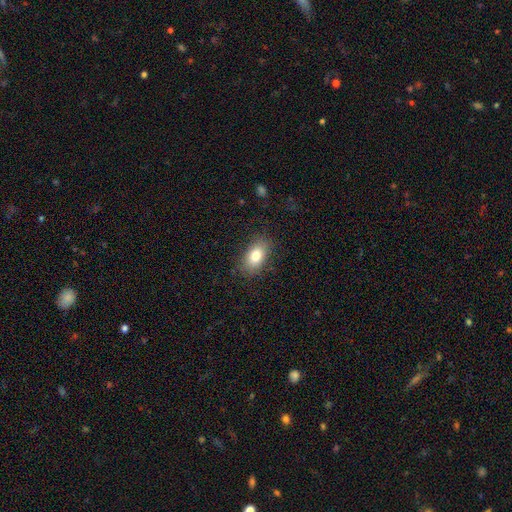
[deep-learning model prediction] A smooth galaxy with no disk features (81%) that is in between round and cigar-shaped (90%).

Vote fractions:
- Smooth or featured? smooth: 81% / featured or disk: 11% / star or artifact: 8%
- How rounded? in between: 90% / round: 8% / cigar-shaped: 3%
- Merging? none: 83% / minor disturbance: 12% / major disturbance: 4% / merger: 1%